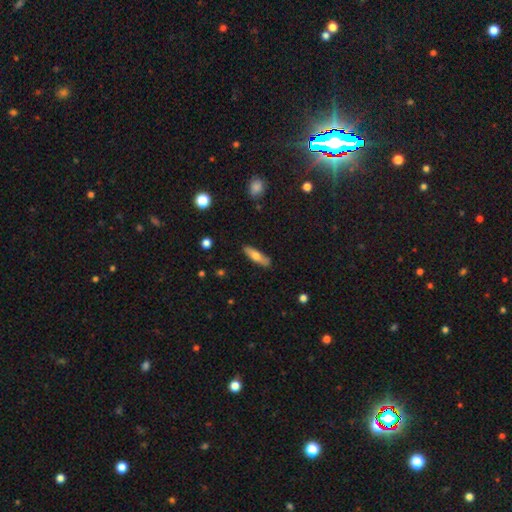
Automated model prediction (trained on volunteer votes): Morphology: type=smooth (64%); roundness=cigar-shaped (61%); merging=none (85%).